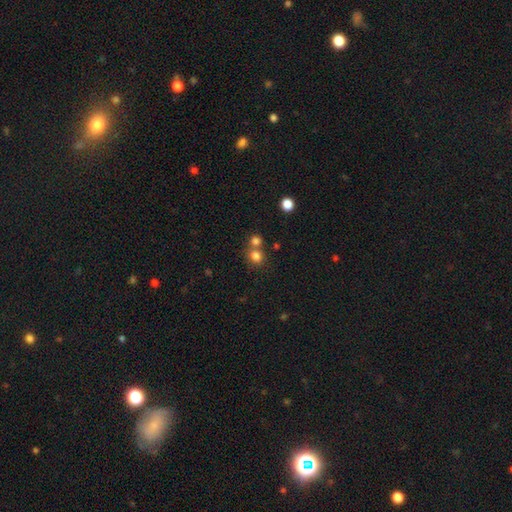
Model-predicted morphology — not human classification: Smooth or featured?
  - smooth: 80% *
  - star or artifact: 13%
  - featured or disk: 7%
How rounded?
  - round: 83% *
  - in between: 16%
  - cigar-shaped: 1%
Merging?
  - none: 55% *
  - merger: 35%
  - minor disturbance: 7%
  - major disturbance: 3%